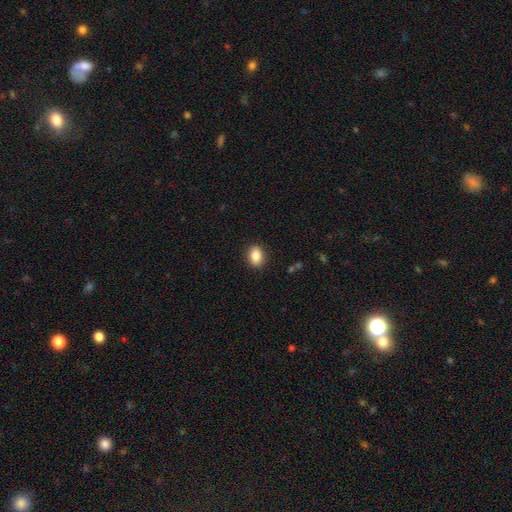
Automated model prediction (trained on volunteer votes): Smooth or featured? Predicted: smooth (p=0.85). How rounded? Predicted: in between (p=0.73). Merging? Predicted: none (p=0.88).